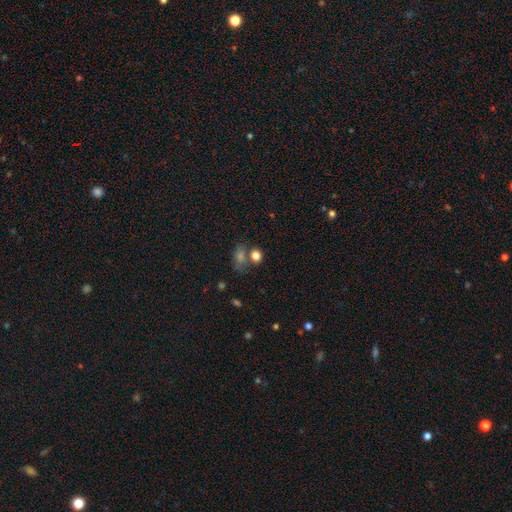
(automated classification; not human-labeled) The model was most divided on "how rounded": round: 54%, in between: 44%, cigar-shaped: 2%. More confident: smooth or featured — smooth (79%); merging — none (53%).